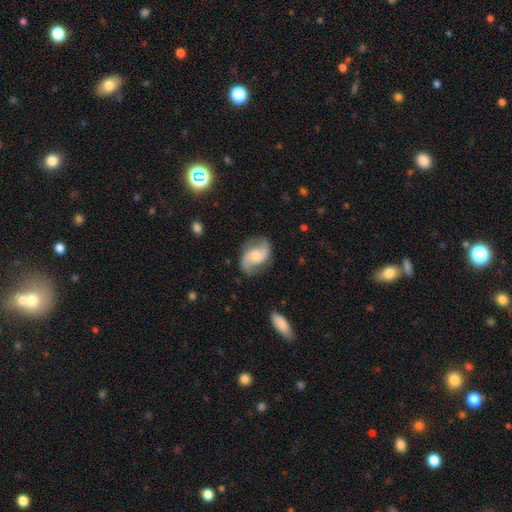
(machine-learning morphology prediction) Smooth or featured? Predicted: featured or disk (p=0.82). Edge-on disk? Predicted: no (p=0.98). Bar? Predicted: no (p=0.51). Spiral arms? Predicted: yes (p=0.96). Spiral winding? Predicted: loose (p=0.49). Spiral arm count? Predicted: 2 (p=0.92). Bulge size? Predicted: moderate (p=0.41, tied with small). Merging? Predicted: none (p=0.77).